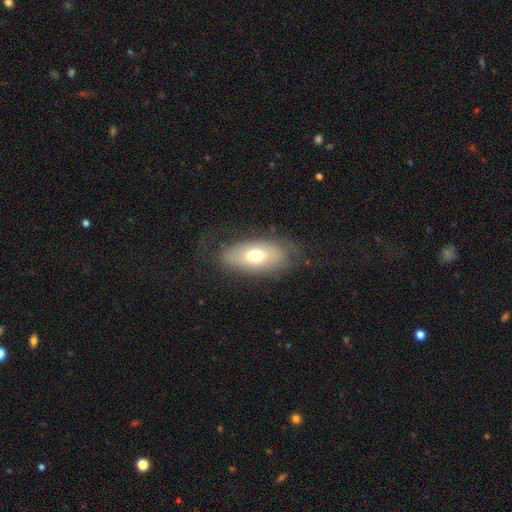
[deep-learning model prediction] Smooth or featured? Predicted: smooth (p=0.64). How rounded? Predicted: in between (p=0.89). Merging? Predicted: none (p=0.70).